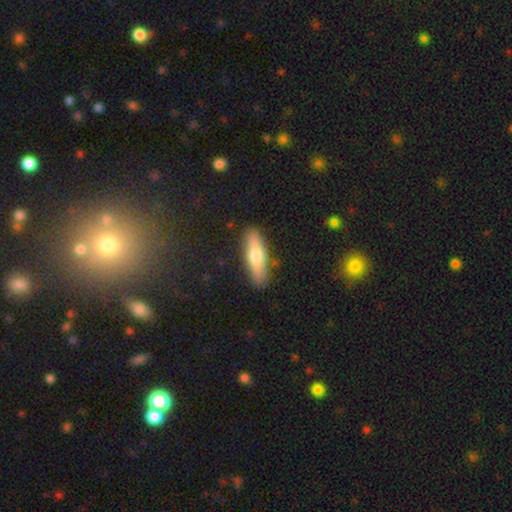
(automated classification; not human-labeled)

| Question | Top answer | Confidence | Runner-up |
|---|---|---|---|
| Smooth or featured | smooth | 67% | featured or disk (27%) |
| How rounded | cigar-shaped | 58% | in between (40%) |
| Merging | none | 86% | minor disturbance (10%) |